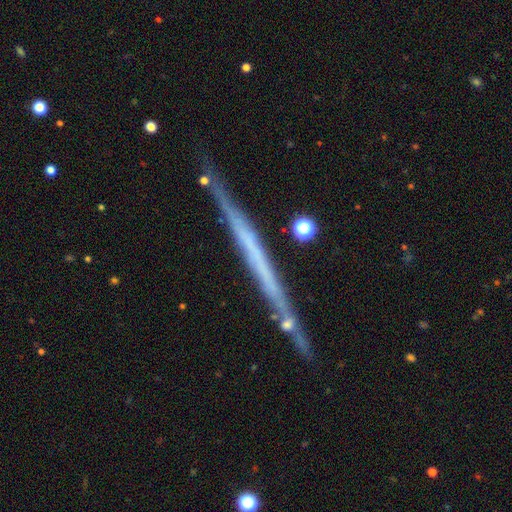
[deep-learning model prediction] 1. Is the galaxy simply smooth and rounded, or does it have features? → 64% featured or disk, 28% smooth, 8% star or artifact.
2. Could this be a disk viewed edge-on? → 97% yes, 3% no.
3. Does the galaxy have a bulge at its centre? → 92% none, 5% rounded, 3% boxy.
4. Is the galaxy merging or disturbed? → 85% none, 10% minor disturbance, 3% merger, 2% major disturbance.